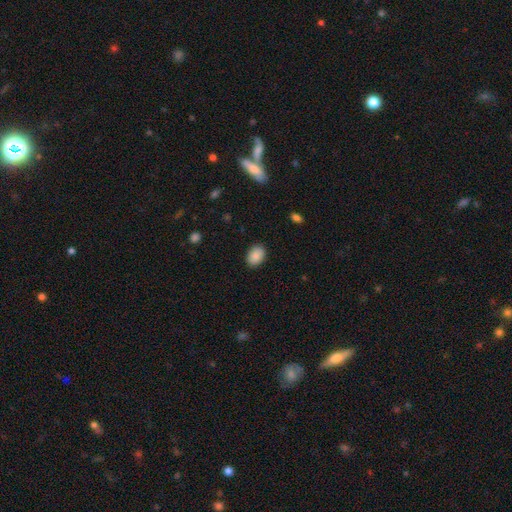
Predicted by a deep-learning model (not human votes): Smooth or featured?
  - smooth: 88% *
  - star or artifact: 7%
  - featured or disk: 5%
How rounded?
  - in between: 77% *
  - round: 22%
  - cigar-shaped: 1%
Merging?
  - none: 87% *
  - minor disturbance: 9%
  - major disturbance: 2%
  - merger: 1%